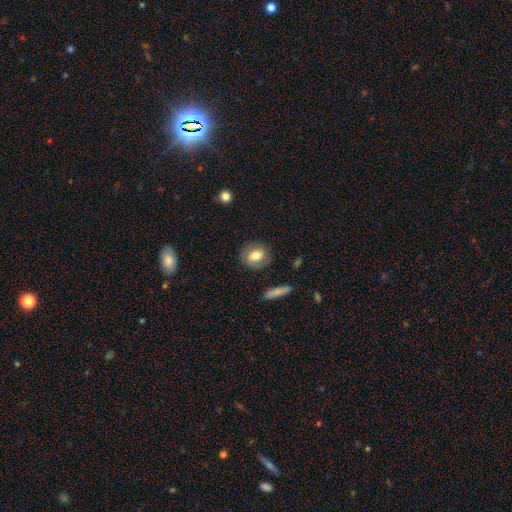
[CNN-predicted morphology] smooth-or-featured: smooth: 68% | featured or disk: 25% | star or artifact: 8%
  how-rounded: round: 63% | in between: 35% | cigar-shaped: 2%
  merging: none: 81% | minor disturbance: 13% | major disturbance: 4% | merger: 2%